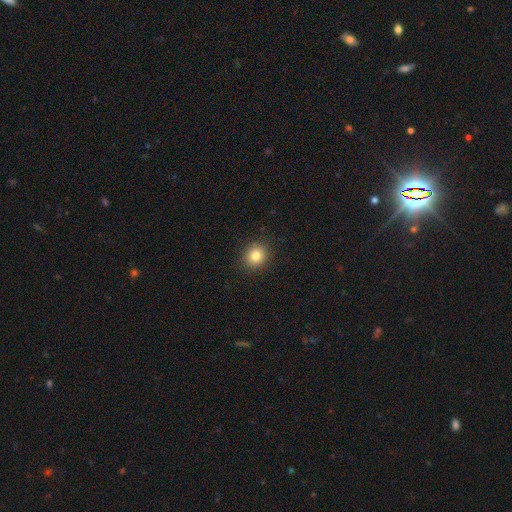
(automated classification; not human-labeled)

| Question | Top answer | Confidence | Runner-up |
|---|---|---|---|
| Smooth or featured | smooth | 82% | star or artifact (11%) |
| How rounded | round | 80% | in between (19%) |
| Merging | none | 90% | minor disturbance (7%) |